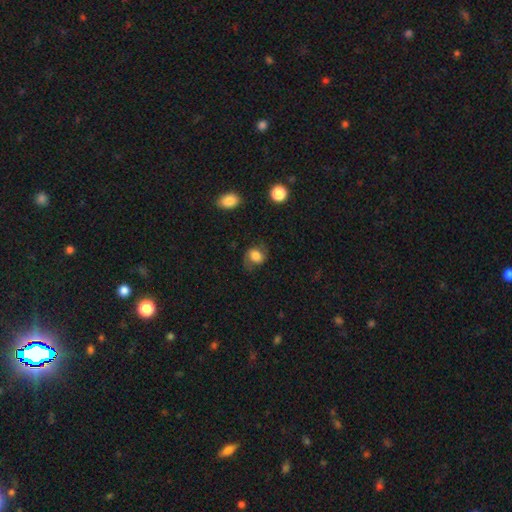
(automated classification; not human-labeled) Overall: smooth (56%; featured or disk 35%). How rounded: round (63%; in between 36%). Merging: none (66%).